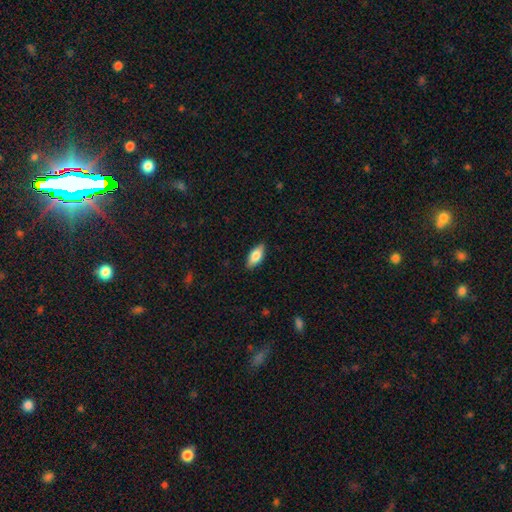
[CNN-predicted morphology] Q: Smooth or featured?
A: smooth (74%); runner-up: featured or disk (20%)
Q: How rounded?
A: in between (81%); runner-up: cigar-shaped (16%)
Q: Merging?
A: none (86%); runner-up: minor disturbance (10%)